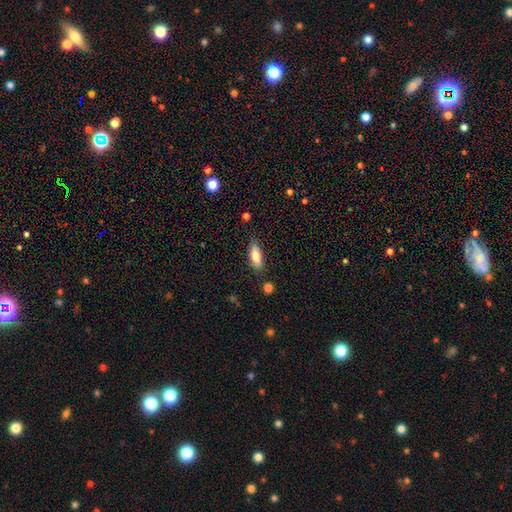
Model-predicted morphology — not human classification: type=smooth (73%); roundness=in between (69%); merging=none (83%).